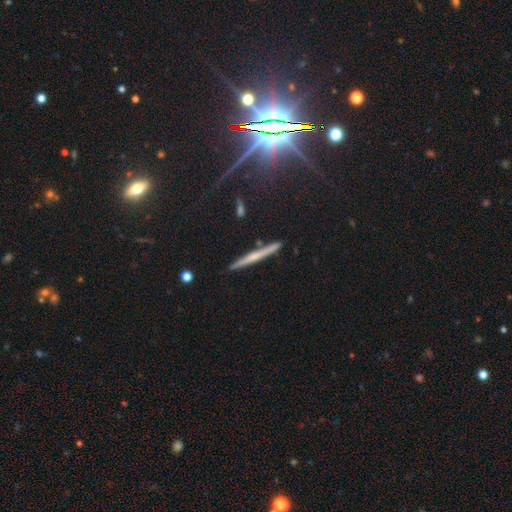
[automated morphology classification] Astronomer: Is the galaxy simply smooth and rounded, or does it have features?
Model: featured or disk — 54% (runner-up: smooth, 37%).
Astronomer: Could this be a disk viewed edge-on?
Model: yes — 97%.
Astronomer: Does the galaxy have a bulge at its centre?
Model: none — 53% (runner-up: rounded, 39%).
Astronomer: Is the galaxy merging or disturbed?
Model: none — 88%.